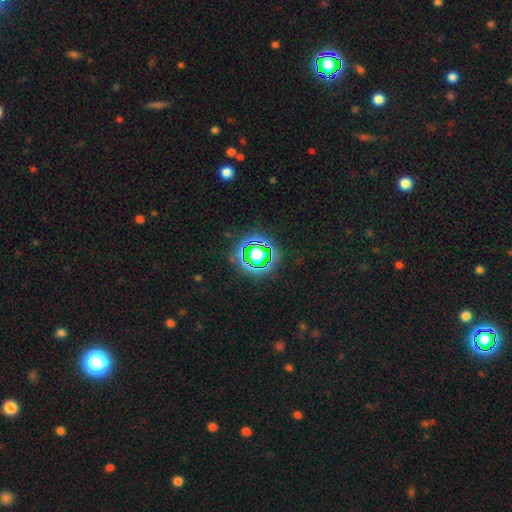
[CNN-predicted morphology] Q: Smooth or featured?
A: star or artifact (66%); runner-up: smooth (23%)